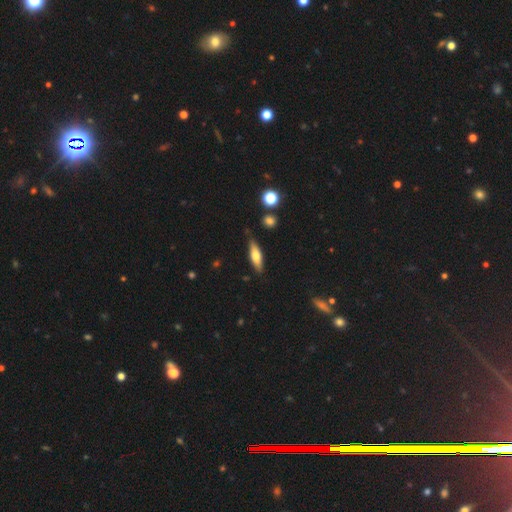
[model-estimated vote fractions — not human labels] A smooth galaxy with no disk features (60%) that is cigar-shaped (54%).

Vote fractions:
- Smooth or featured? smooth: 60% / featured or disk: 34% / star or artifact: 6%
- How rounded? cigar-shaped: 54% / in between: 43% / round: 2%
- Merging? none: 82% / minor disturbance: 13% / merger: 3% / major disturbance: 2%